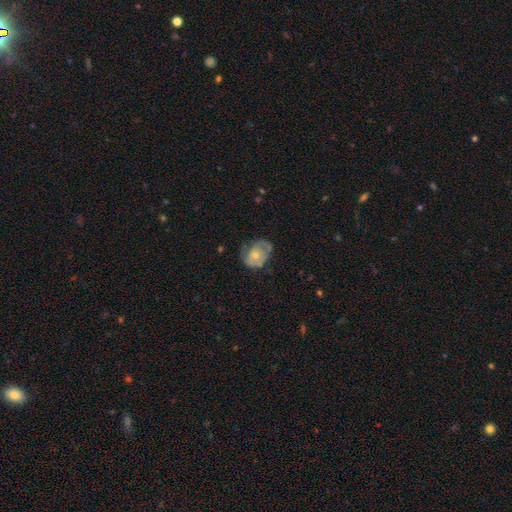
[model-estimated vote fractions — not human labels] smooth-or-featured: featured or disk: 51% | smooth: 42% | star or artifact: 7%
  disk-edge-on: no: 96% | yes: 4%
  merging: none: 44% | minor disturbance: 33% | major disturbance: 21% | merger: 2%